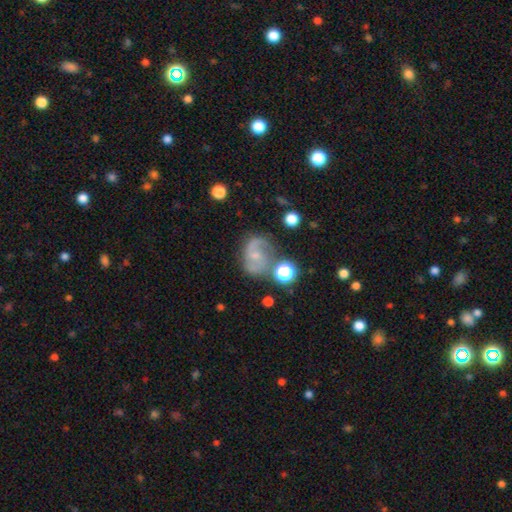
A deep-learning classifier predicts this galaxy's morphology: featured or disk 77%, smooth 14%, star or artifact 9%. Down the decision tree: edge-on disk — no (98%); bar — no (53%); spiral arms — yes (94%); spiral arm count — 2 (84%); spiral winding — medium (50%); bulge size — small (64%); merging — none (64%).